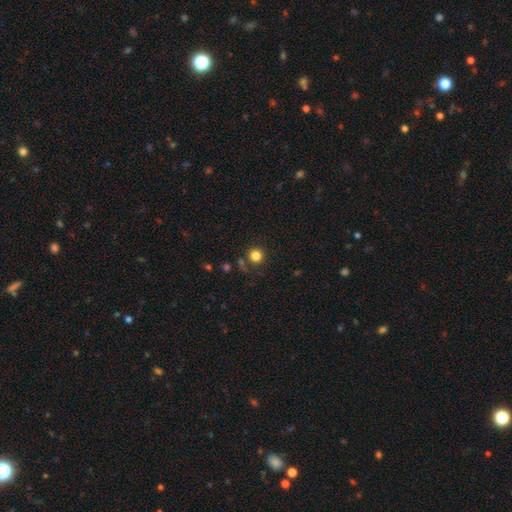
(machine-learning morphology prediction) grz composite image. It shows a smooth galaxy with no disk features (82%) that is round (93%). Merging: none (80%).